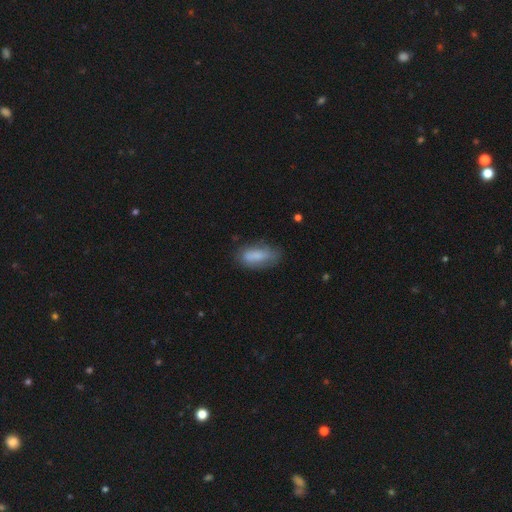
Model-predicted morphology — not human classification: smooth_or_featured: smooth (p=0.78) [alt: featured or disk p=0.15]
how_rounded: in between (p=0.81) [alt: cigar-shaped p=0.17]
merging: none (p=0.64) [alt: minor disturbance p=0.26]